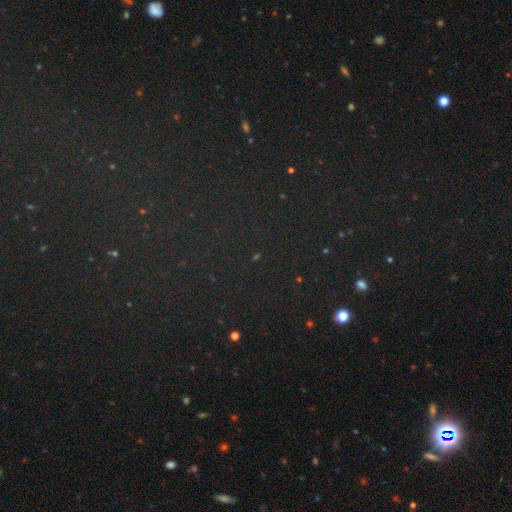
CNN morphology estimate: Overall: star or artifact (82%).